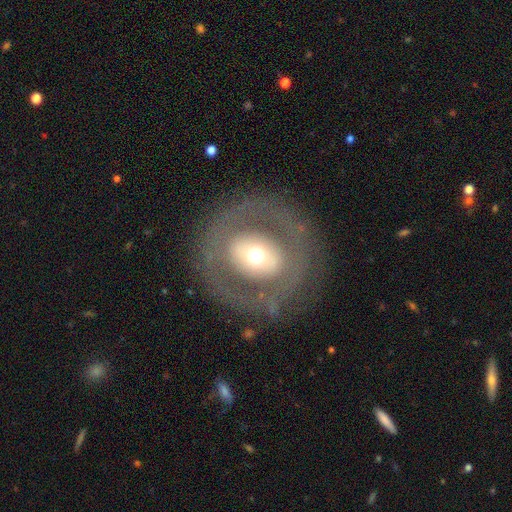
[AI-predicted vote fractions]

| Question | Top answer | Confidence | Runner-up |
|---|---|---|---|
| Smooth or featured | featured or disk | 52% | smooth (39%) |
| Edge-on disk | no | 94% | yes (6%) |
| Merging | none | 76% | major disturbance (12%) |